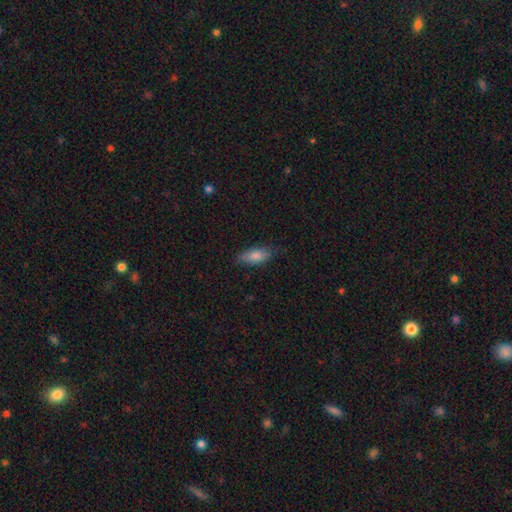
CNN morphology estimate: A smooth galaxy with no disk features (76%) that is in between round and cigar-shaped (73%).

Vote fractions:
- Smooth or featured? smooth: 76% / featured or disk: 16% / star or artifact: 8%
- How rounded? in between: 73% / cigar-shaped: 25% / round: 3%
- Merging? none: 78% / minor disturbance: 18% / major disturbance: 3% / merger: 1%